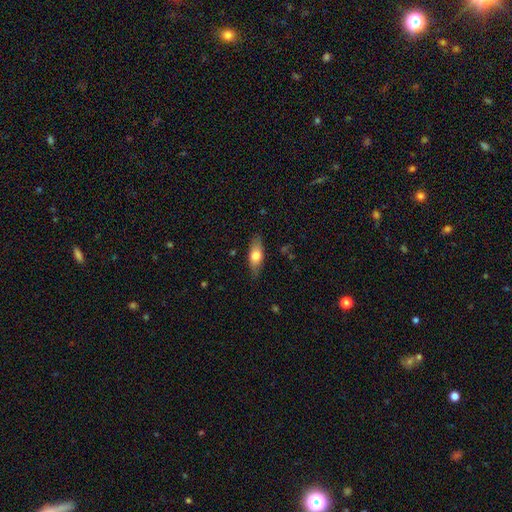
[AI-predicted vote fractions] Q: Smooth or featured?
A: smooth (70%); runner-up: featured or disk (24%)
Q: How rounded?
A: in between (76%); runner-up: cigar-shaped (20%)
Q: Merging?
A: none (79%); runner-up: minor disturbance (16%)